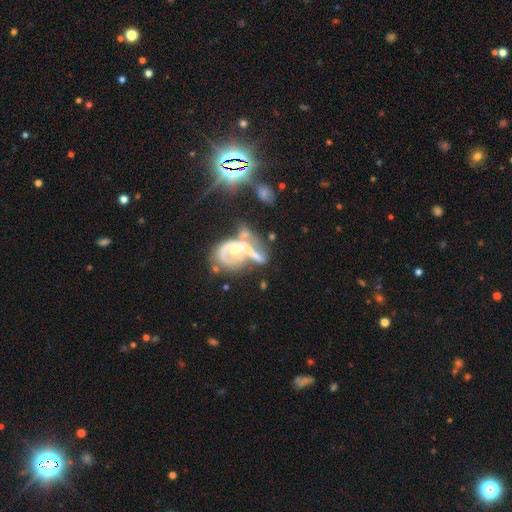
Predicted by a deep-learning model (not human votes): This appears to be a featured or disk galaxy (65%) with no bar (75%), no spiral arms (55%) and a moderate central bulge (47%). Merging: merger (52%).